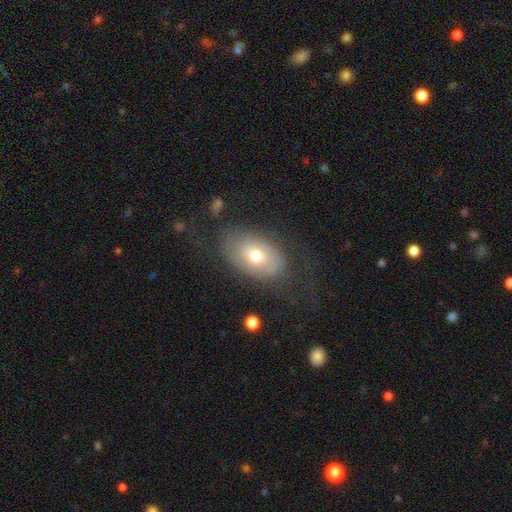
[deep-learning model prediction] Smooth or featured: smooth — 52% (featured or disk — 39%)
How rounded: in between — 88% (round — 11%)
Merging: none — 61% (minor disturbance — 20%)